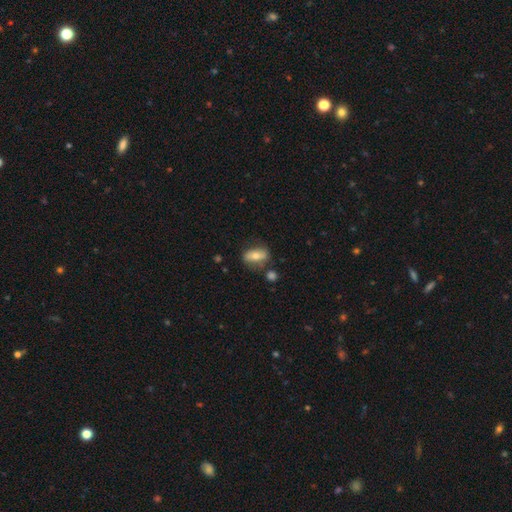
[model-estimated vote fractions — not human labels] This is likely a smooth galaxy (62%). How rounded: clearly in between (81%). Merging: likely none (71%).